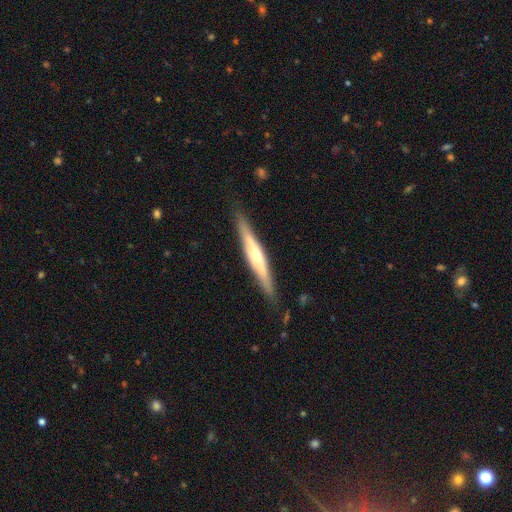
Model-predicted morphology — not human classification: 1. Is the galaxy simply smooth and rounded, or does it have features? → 66% featured or disk, 28% smooth, 6% star or artifact.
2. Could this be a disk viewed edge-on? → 93% yes, 7% no.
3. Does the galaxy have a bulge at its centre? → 80% rounded, 12% none, 8% boxy.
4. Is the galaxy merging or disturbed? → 86% none, 10% minor disturbance, 2% major disturbance, 1% merger.